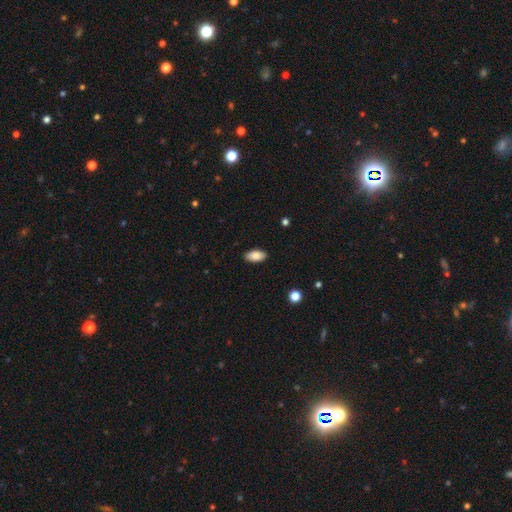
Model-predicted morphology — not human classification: A smooth galaxy with no disk features (87%) that is in between round and cigar-shaped (94%).

Vote fractions:
- Smooth or featured? smooth: 87% / star or artifact: 7% / featured or disk: 6%
- How rounded? in between: 94% / cigar-shaped: 4% / round: 3%
- Merging? none: 88% / minor disturbance: 9% / major disturbance: 2% / merger: 1%